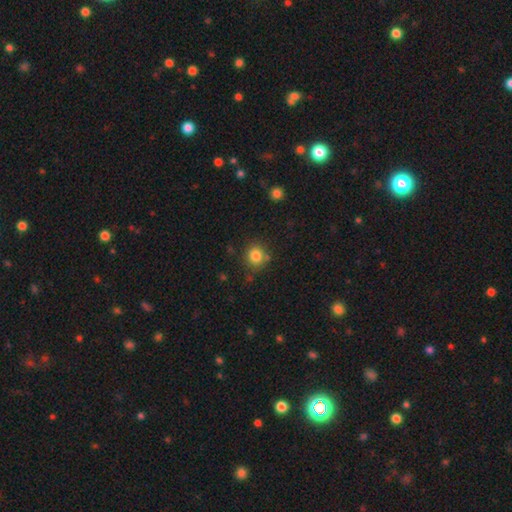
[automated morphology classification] Smooth or featured?
  - smooth: 82% *
  - star or artifact: 11%
  - featured or disk: 6%
How rounded?
  - round: 86% *
  - in between: 13%
  - cigar-shaped: 1%
Merging?
  - none: 78% *
  - minor disturbance: 12%
  - merger: 6%
  - major disturbance: 3%